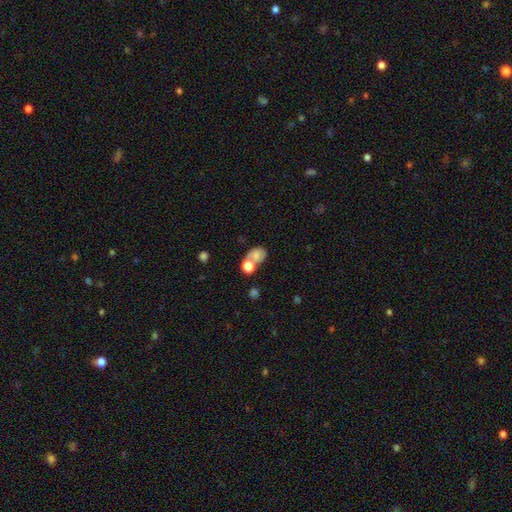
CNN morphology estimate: Smooth or featured?
  - smooth: 67% *
  - featured or disk: 20%
  - star or artifact: 12%
How rounded?
  - in between: 60% *
  - round: 38%
  - cigar-shaped: 1%
Merging?
  - merger: 44% *
  - none: 32%
  - minor disturbance: 14%
  - major disturbance: 10%